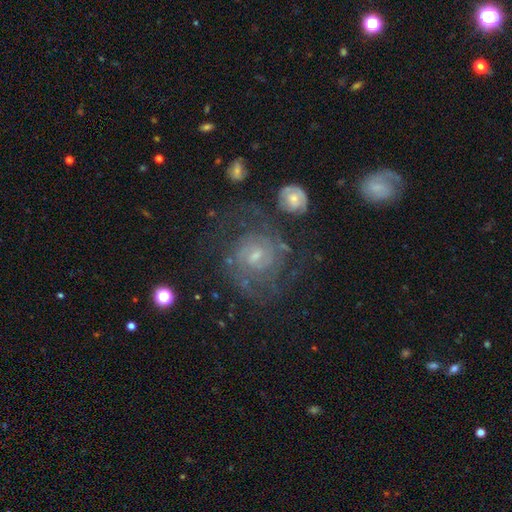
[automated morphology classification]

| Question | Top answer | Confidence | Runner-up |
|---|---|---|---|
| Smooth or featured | featured or disk | 80% | smooth (11%) |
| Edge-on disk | no | 97% | yes (3%) |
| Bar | weak | 50% | no (41%) |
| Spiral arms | yes | 91% | no (9%) |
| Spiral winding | tight | 57% | medium (33%) |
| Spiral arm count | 2 | 39% | can't tell (33%) |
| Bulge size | small | 61% | moderate (31%) |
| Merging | none | 62% | major disturbance (17%) |